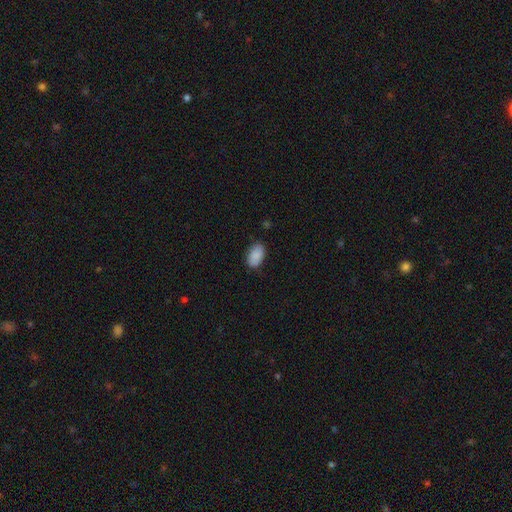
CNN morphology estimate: smooth_or_featured: smooth (p=0.90) [alt: star or artifact p=0.07]
how_rounded: in between (p=0.92) [alt: round p=0.06]
merging: none (p=0.84) [alt: minor disturbance p=0.12]